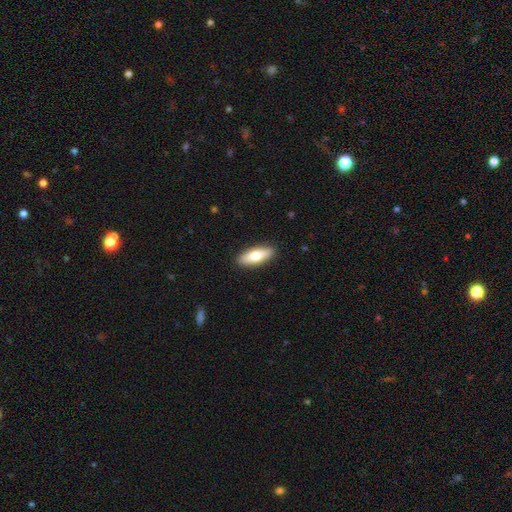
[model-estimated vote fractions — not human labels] Morphology: type=smooth (71%); roundness=in between (64%); merging=none (90%).